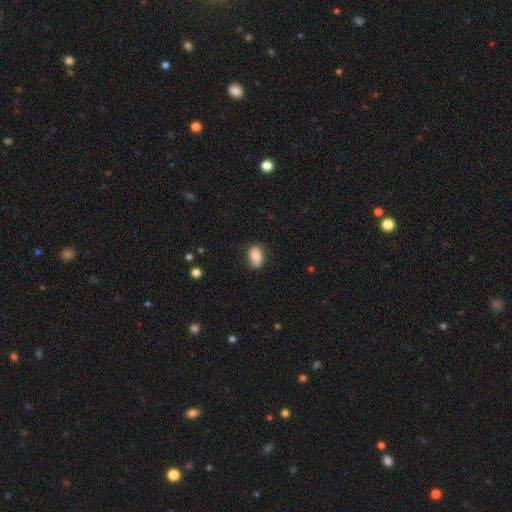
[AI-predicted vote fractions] Smooth or featured? smooth (78%)
How rounded? in between (86%)
Merging? none (73%)